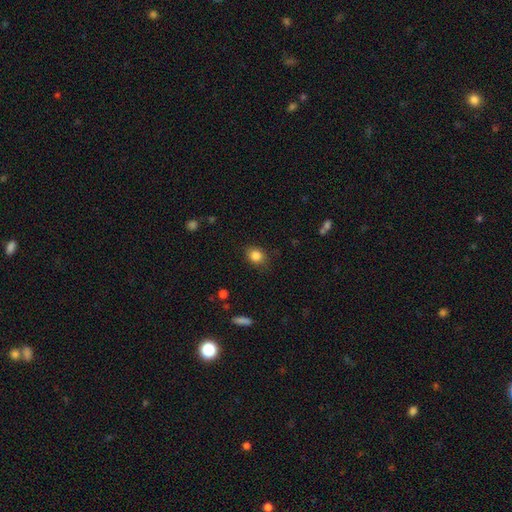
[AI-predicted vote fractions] Smooth or featured: smooth — 85% (star or artifact — 10%)
How rounded: round — 54% (in between — 45%)
Merging: none — 82% (minor disturbance — 13%)